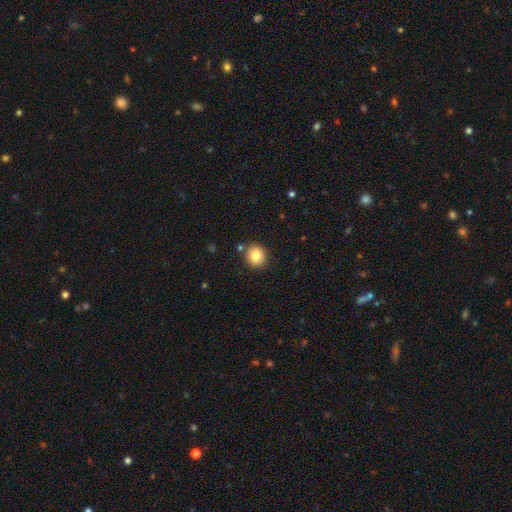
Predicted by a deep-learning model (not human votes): A smooth galaxy with no disk features (84%) that is round (87%).

Vote fractions:
- Smooth or featured? smooth: 84% / star or artifact: 9% / featured or disk: 7%
- How rounded? round: 87% / in between: 12% / cigar-shaped: 1%
- Merging? none: 86% / minor disturbance: 8% / merger: 4% / major disturbance: 2%